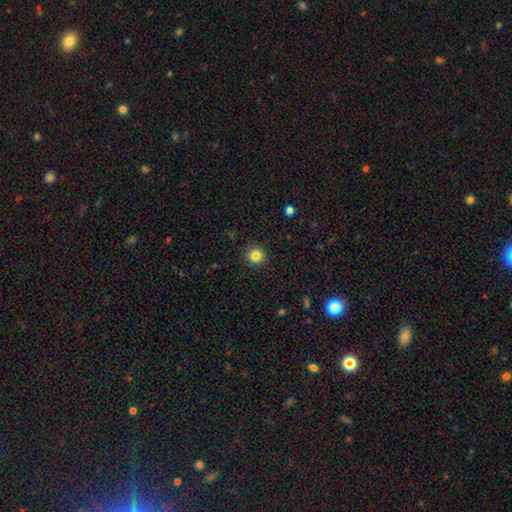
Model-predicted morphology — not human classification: type=smooth (84%); roundness=round (95%); merging=none (92%).